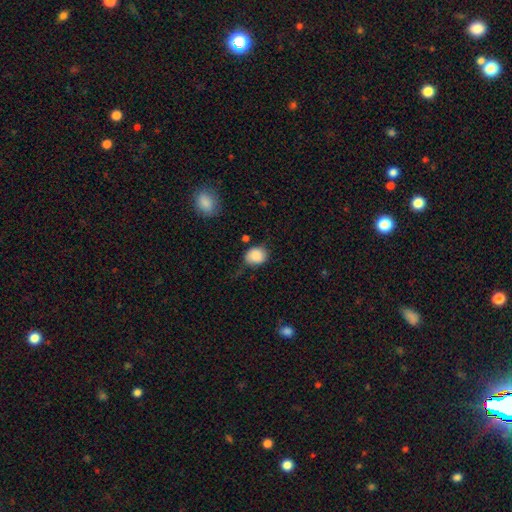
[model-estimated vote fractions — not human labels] smooth_or_featured: smooth (p=0.86) [alt: star or artifact p=0.08]
how_rounded: round (p=0.56) [alt: in between p=0.43]
merging: none (p=0.59) [alt: minor disturbance p=0.29]